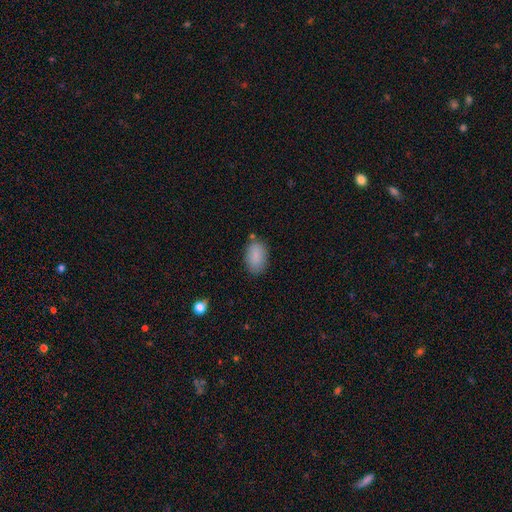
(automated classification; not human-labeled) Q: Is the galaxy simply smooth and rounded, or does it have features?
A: smooth — 88%.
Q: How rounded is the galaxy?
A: in between — 91%.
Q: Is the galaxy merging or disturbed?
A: none — 78%.